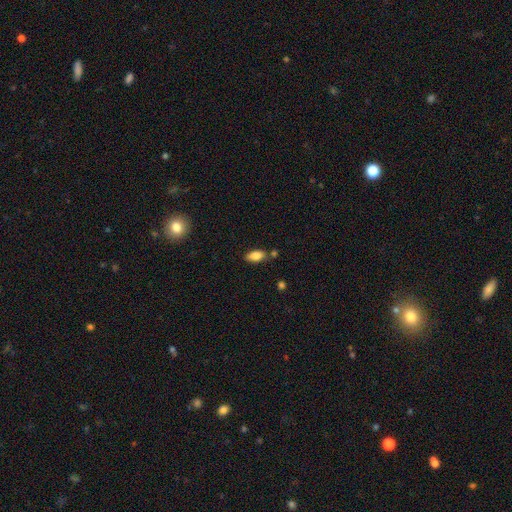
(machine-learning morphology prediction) Smooth or featured?
  - smooth: 85% *
  - featured or disk: 8%
  - star or artifact: 8%
How rounded?
  - in between: 89% *
  - cigar-shaped: 8%
  - round: 3%
Merging?
  - none: 74% *
  - minor disturbance: 15%
  - merger: 8%
  - major disturbance: 3%